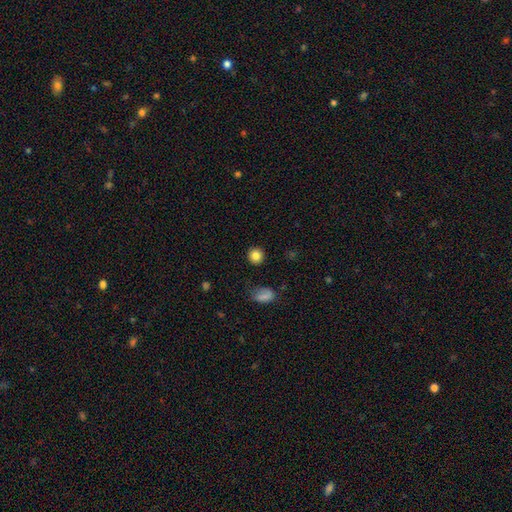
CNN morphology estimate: This appears to be a smooth galaxy with no disk features (83%) that is round (90%). Merging: none (89%).